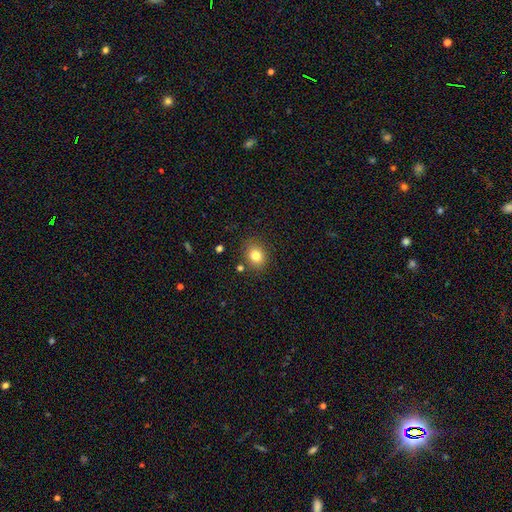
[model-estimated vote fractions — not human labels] smooth-or-featured: smooth: 80% | star or artifact: 12% | featured or disk: 8%
  how-rounded: round: 56% | in between: 43% | cigar-shaped: 1%
  merging: none: 83% | minor disturbance: 10% | merger: 4% | major disturbance: 3%